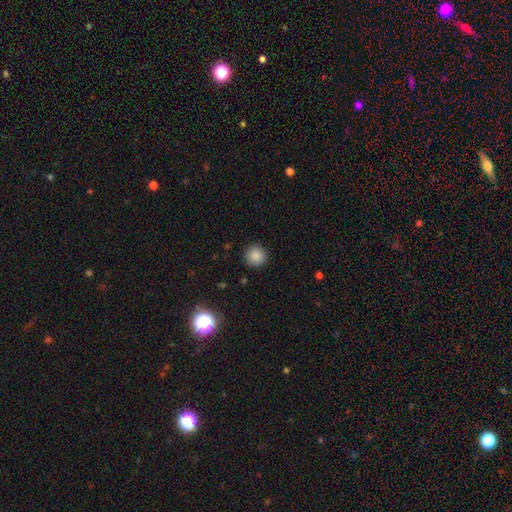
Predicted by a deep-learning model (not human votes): Smooth or featured?
  - smooth: 86% *
  - star or artifact: 11%
  - featured or disk: 4%
How rounded?
  - round: 94% *
  - in between: 5%
  - cigar-shaped: 1%
Merging?
  - none: 91% *
  - minor disturbance: 6%
  - major disturbance: 2%
  - merger: 1%